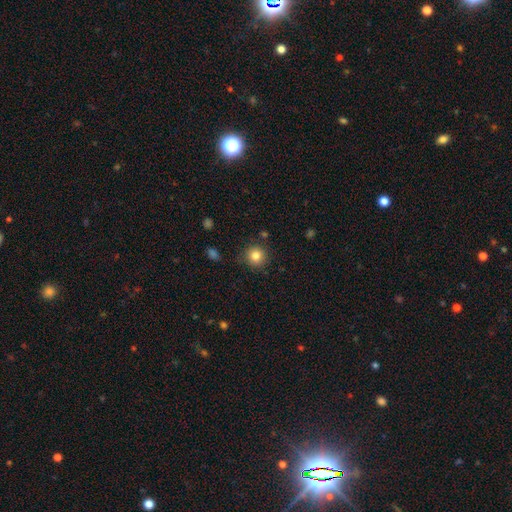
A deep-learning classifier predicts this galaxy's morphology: This appears to be a smooth galaxy with no disk features (82%) that is round (93%). Merging: none (85%).